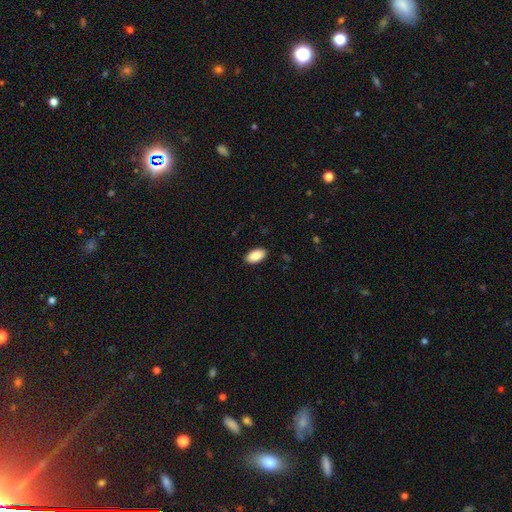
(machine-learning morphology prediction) A smooth galaxy with no disk features (89%) that is in between round and cigar-shaped (95%). Merging: none (89%).